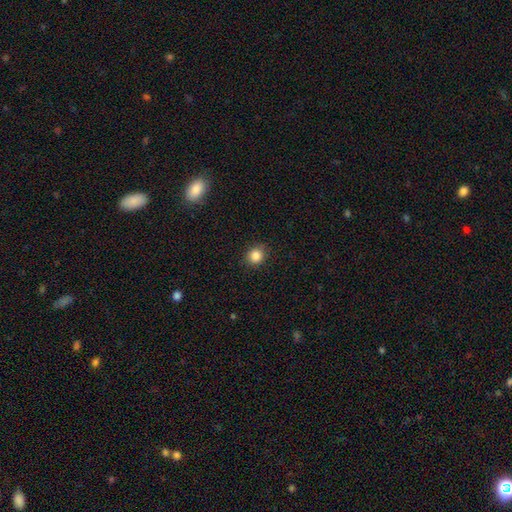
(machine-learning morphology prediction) Smooth or featured?
  - smooth: 85% *
  - star or artifact: 11%
  - featured or disk: 5%
How rounded?
  - round: 84% *
  - in between: 15%
  - cigar-shaped: 1%
Merging?
  - none: 89% *
  - minor disturbance: 8%
  - major disturbance: 2%
  - merger: 1%